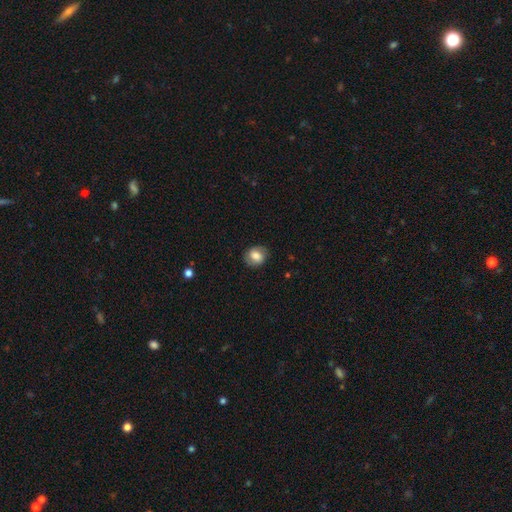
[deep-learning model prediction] Smooth or featured?
  - smooth: 70% *
  - featured or disk: 22%
  - star or artifact: 8%
How rounded?
  - round: 57% *
  - in between: 41%
  - cigar-shaped: 1%
Merging?
  - none: 82% *
  - minor disturbance: 13%
  - major disturbance: 4%
  - merger: 1%